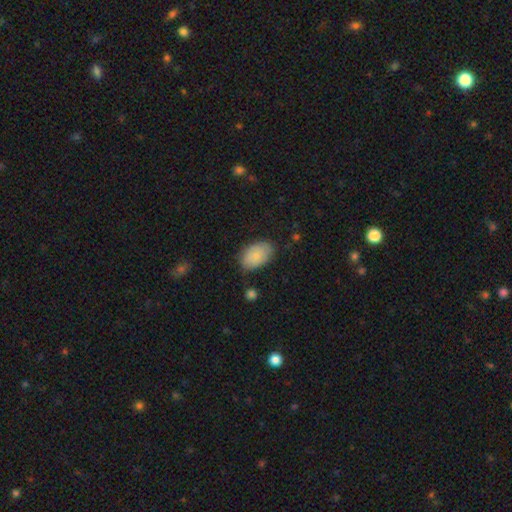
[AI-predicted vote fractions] A smooth galaxy with no disk features (79%) that is in between round and cigar-shaped (90%).

Vote fractions:
- Smooth or featured? smooth: 79% / featured or disk: 15% / star or artifact: 7%
- How rounded? in between: 90% / round: 8% / cigar-shaped: 1%
- Merging? none: 75% / minor disturbance: 19% / major disturbance: 4% / merger: 2%